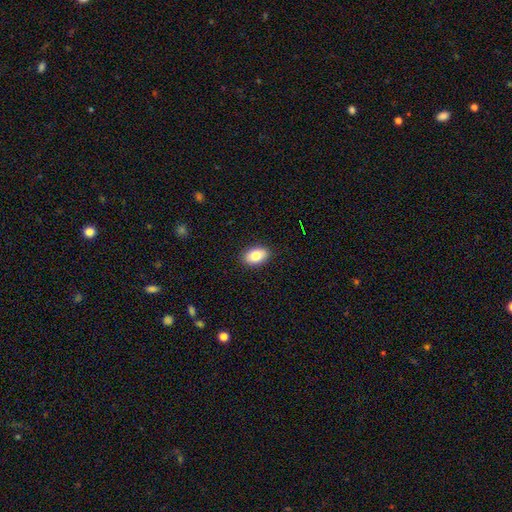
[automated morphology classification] Overall: smooth (81%). How rounded: in between (88%). Merging: none (90%).